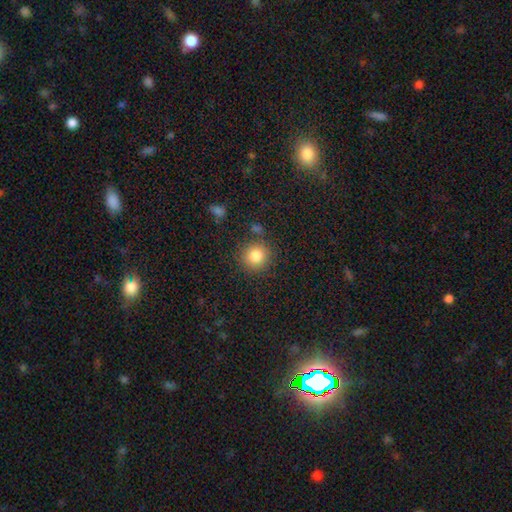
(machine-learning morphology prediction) Overall: smooth (84%). How rounded: round (91%). Merging: none (83%).